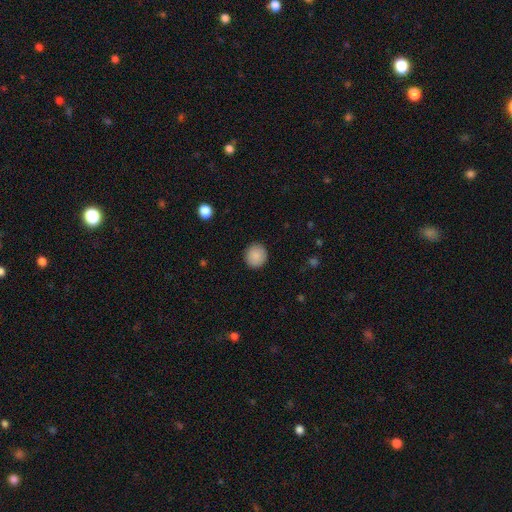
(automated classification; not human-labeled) This is clearly a smooth galaxy (89%). How rounded: clearly round (91%). Merging: clearly none (91%).